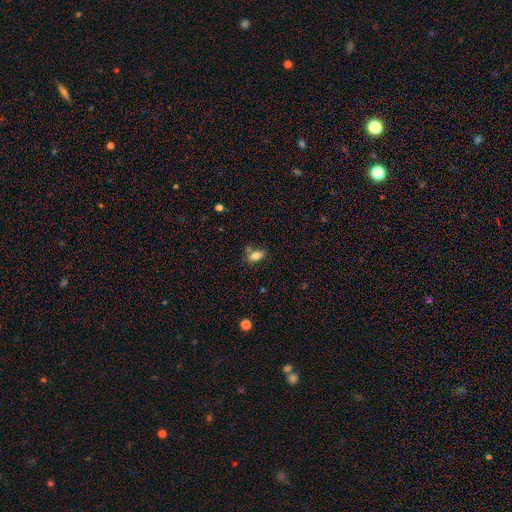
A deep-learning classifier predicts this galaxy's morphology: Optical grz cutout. It shows a smooth galaxy with no disk features (76%) that is in between round and cigar-shaped (85%). Merging: none (61%).